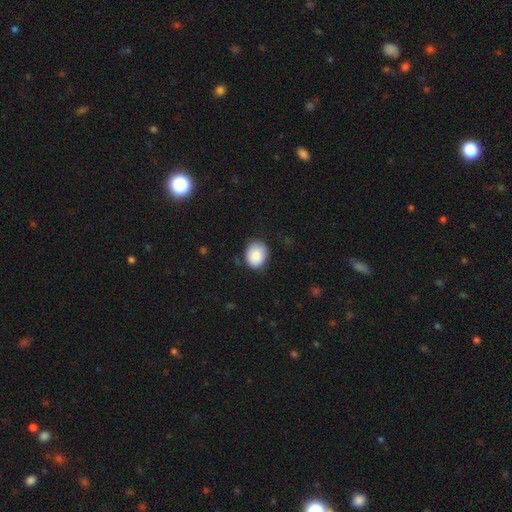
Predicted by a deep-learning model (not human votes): This appears to be a smooth galaxy with no disk features (87%) that is round (53%). Merging: none (76%).